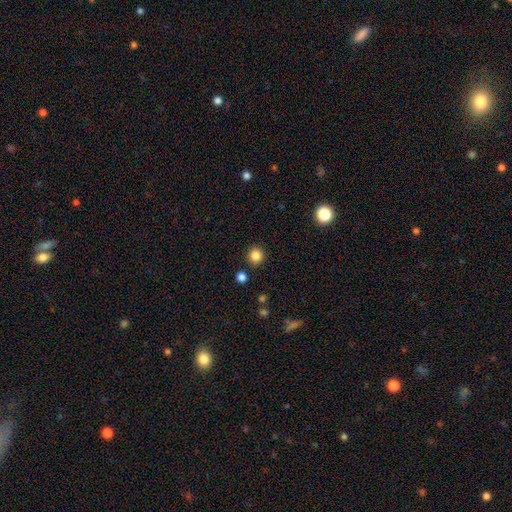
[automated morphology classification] A smooth galaxy with no disk features (84%) that is round (92%). Merging: none (88%).